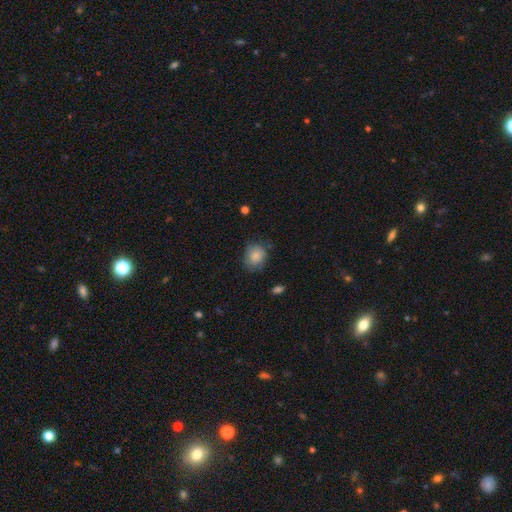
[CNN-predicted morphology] Smooth or featured?
  - smooth: 84% *
  - featured or disk: 8%
  - star or artifact: 7%
How rounded?
  - round: 63% *
  - in between: 36%
  - cigar-shaped: 1%
Merging?
  - none: 68% *
  - minor disturbance: 24%
  - major disturbance: 7%
  - merger: 2%